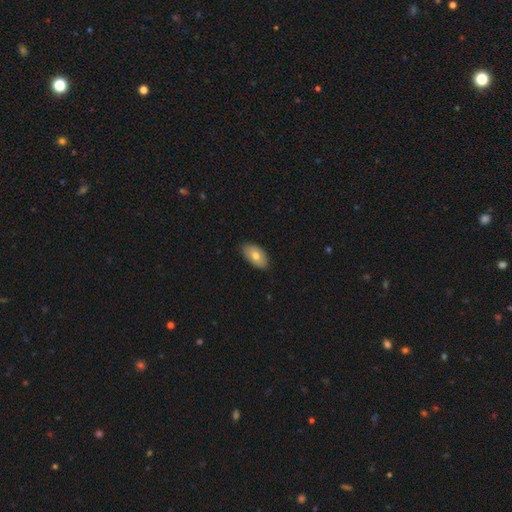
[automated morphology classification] smooth_or_featured: smooth (p=0.72) [alt: featured or disk p=0.22]
how_rounded: in between (p=0.94) [alt: round p=0.05]
merging: none (p=0.85) [alt: minor disturbance p=0.12]